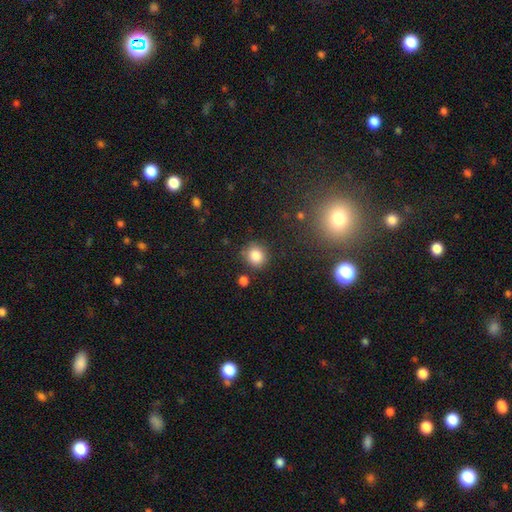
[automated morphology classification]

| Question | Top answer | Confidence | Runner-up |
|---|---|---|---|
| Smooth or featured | smooth | 84% | star or artifact (11%) |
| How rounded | round | 86% | in between (13%) |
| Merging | none | 83% | minor disturbance (10%) |